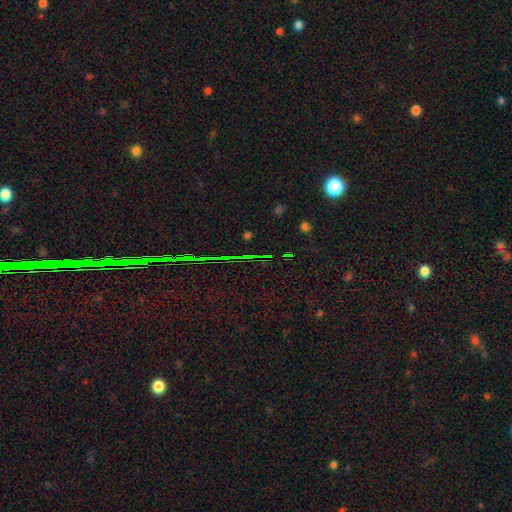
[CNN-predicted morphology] A star or artifact, not a galaxy (77%).

Vote fractions:
- Smooth or featured? star or artifact: 77% / smooth: 13% / featured or disk: 10%